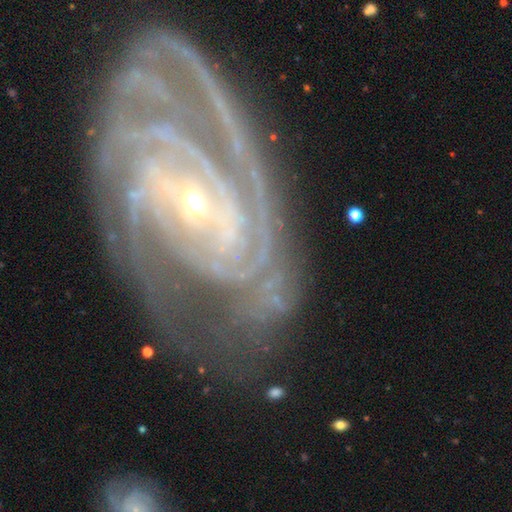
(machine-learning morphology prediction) smooth-or-featured: featured or disk: 90% | star or artifact: 6% | smooth: 4%
  disk-edge-on: no: 96% | yes: 4%
    bar: no: 42% | weak: 32% | strong: 26%
    has-spiral-arms: yes: 98% | no: 2%
      spiral-winding: tight: 70% | medium: 25% | loose: 5%
      spiral-arm-count: 2: 28% | 3: 24% | can't tell: 17% | 4: 15% | more than 4: 9% | 1: 8%
    bulge-size: small: 72% | moderate: 25% | large: 2% | none: 1% | dominant: 1%
  merging: none: 64% | minor disturbance: 20% | major disturbance: 12% | merger: 4%